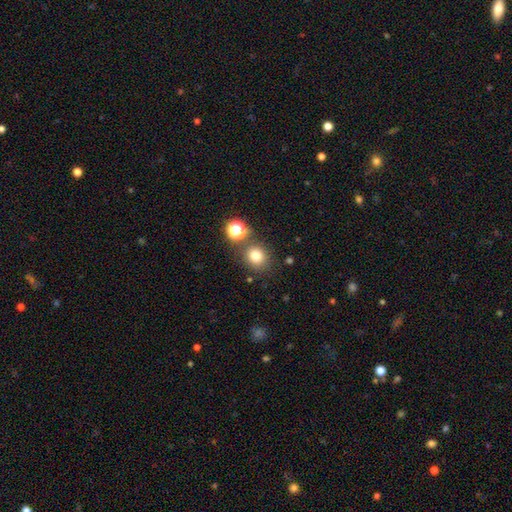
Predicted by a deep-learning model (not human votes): A smooth galaxy with no disk features (76%) that is round (84%).

Vote fractions:
- Smooth or featured? smooth: 76% / star or artifact: 16% / featured or disk: 8%
- How rounded? round: 84% / in between: 15% / cigar-shaped: 1%
- Merging? none: 76% / merger: 10% / minor disturbance: 10% / major disturbance: 4%